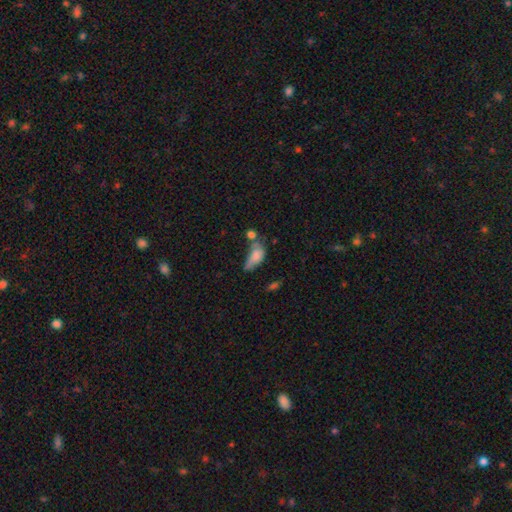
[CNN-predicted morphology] A smooth galaxy with no disk features (68%) that is in between round and cigar-shaped (86%). Merging: merger (33%).